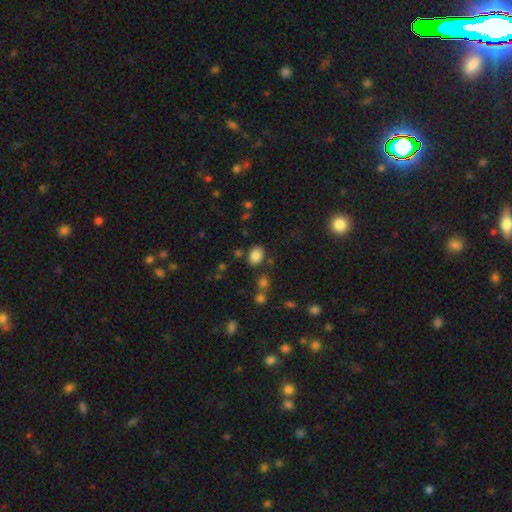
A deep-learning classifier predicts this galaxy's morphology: A smooth galaxy with no disk features (83%) that is in between round and cigar-shaped (71%). Merging: none (78%).